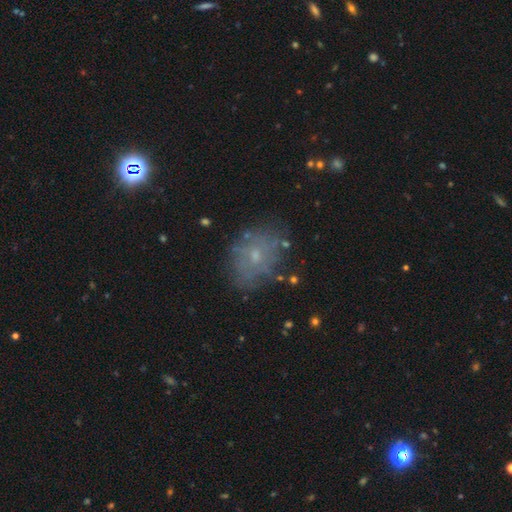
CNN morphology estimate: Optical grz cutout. It shows a smooth galaxy with no disk features (43%). Merging: none (70%).